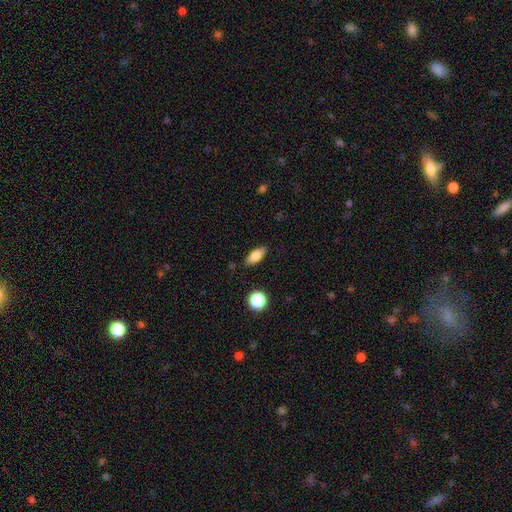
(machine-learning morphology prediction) Overall: smooth (75%). How rounded: in between (77%). Merging: none (85%).